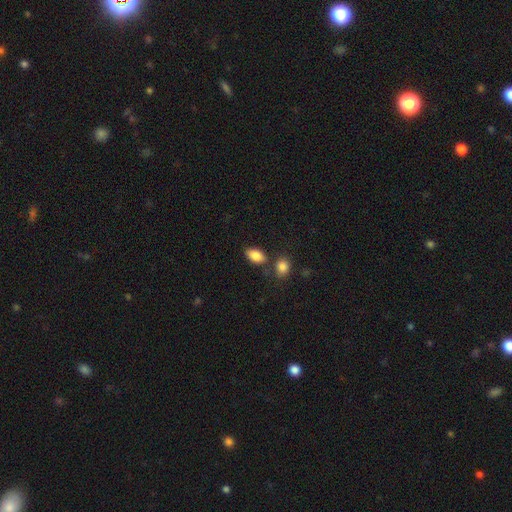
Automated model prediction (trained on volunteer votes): smooth_or_featured: smooth (p=0.86) [alt: star or artifact p=0.08]
how_rounded: in between (p=0.91) [alt: round p=0.07]
merging: none (p=0.71) [alt: merger p=0.13]